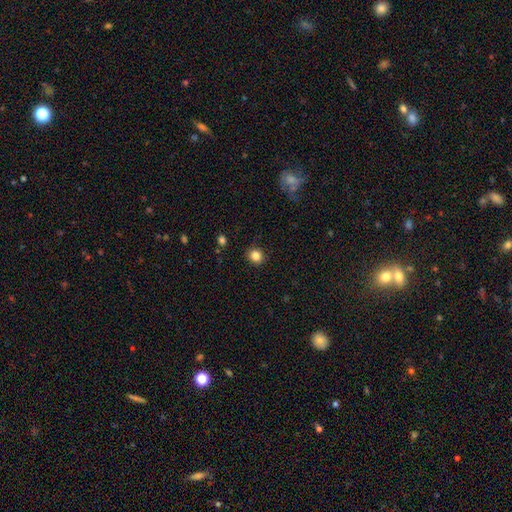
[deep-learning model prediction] This appears to be a smooth galaxy with no disk features (84%) that is round (84%). Merging: none (89%).